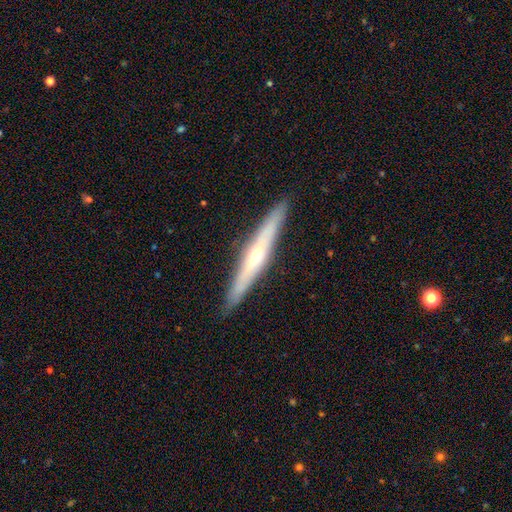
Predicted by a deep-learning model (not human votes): featured or disk 68%, smooth 26%, star or artifact 6%. Down the decision tree: edge-on disk — yes (93%); edge-on bulge — rounded (80%); merging — none (91%).